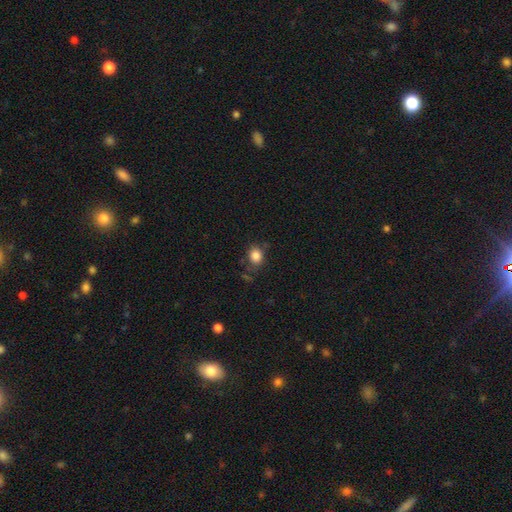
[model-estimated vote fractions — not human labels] smooth 84%, star or artifact 11%, featured or disk 5%. Down the decision tree: how rounded — round (61%); merging — none (73%).